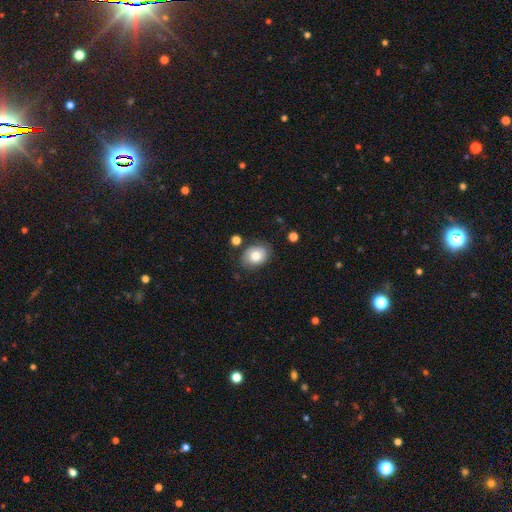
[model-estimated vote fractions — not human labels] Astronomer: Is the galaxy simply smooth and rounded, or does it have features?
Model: smooth — 76%.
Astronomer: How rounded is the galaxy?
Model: in between — 59% (runner-up: round, 40%).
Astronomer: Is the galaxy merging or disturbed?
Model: none — 76%.